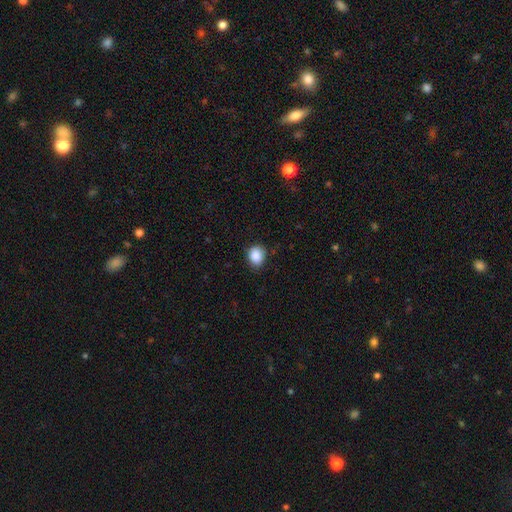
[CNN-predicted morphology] Smooth or featured?
  - smooth: 87% *
  - star or artifact: 9%
  - featured or disk: 4%
How rounded?
  - round: 61% *
  - in between: 38%
  - cigar-shaped: 1%
Merging?
  - none: 81% *
  - minor disturbance: 15%
  - major disturbance: 3%
  - merger: 1%